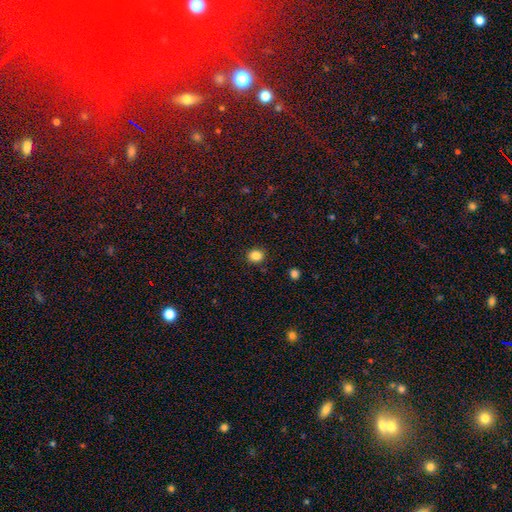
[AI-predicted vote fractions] smooth-or-featured: smooth: 85% | star or artifact: 11% | featured or disk: 4%
  how-rounded: round: 67% | in between: 32% | cigar-shaped: 1%
  merging: none: 88% | minor disturbance: 8% | major disturbance: 2% | merger: 1%